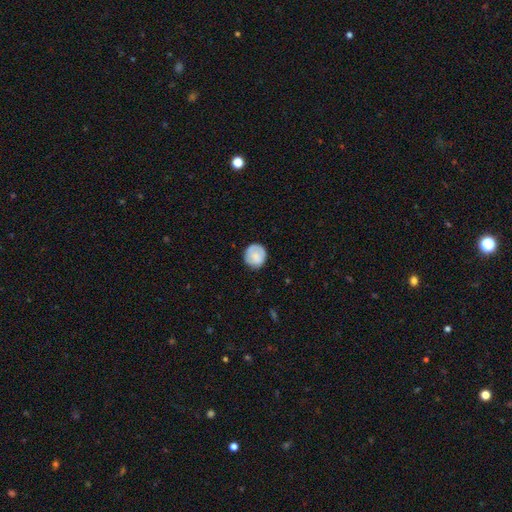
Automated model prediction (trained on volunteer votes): A smooth galaxy with no disk features (75%) that is round (88%).

Vote fractions:
- Smooth or featured? smooth: 75% / featured or disk: 18% / star or artifact: 7%
- How rounded? round: 88% / in between: 11% / cigar-shaped: 1%
- Merging? none: 78% / minor disturbance: 16% / major disturbance: 4% / merger: 1%